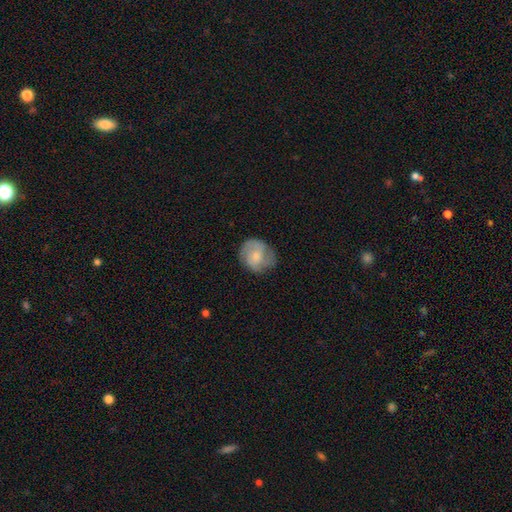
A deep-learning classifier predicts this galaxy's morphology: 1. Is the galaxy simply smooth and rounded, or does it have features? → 50% featured or disk, 43% smooth, 7% star or artifact.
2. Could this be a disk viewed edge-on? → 98% no, 2% yes.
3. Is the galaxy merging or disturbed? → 70% none, 21% minor disturbance, 8% major disturbance, 1% merger.